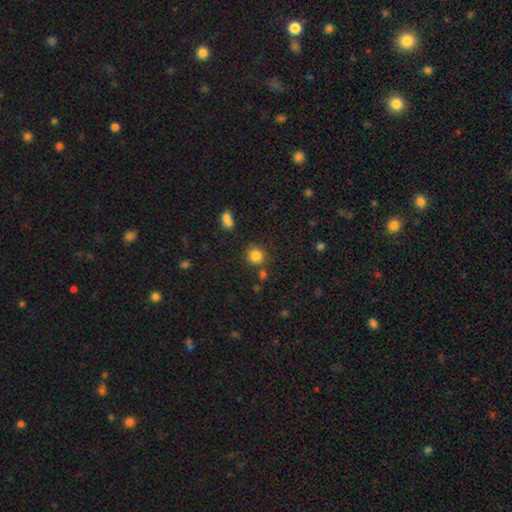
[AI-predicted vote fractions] Overall: smooth (83%). How rounded: round (90%). Merging: none (78%).